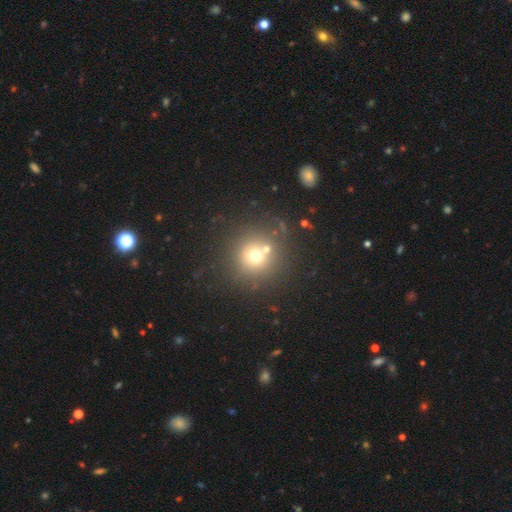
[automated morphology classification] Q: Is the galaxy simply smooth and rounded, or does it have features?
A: smooth — 64%.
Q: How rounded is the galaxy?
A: round — 93%.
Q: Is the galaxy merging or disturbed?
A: none — 68%.